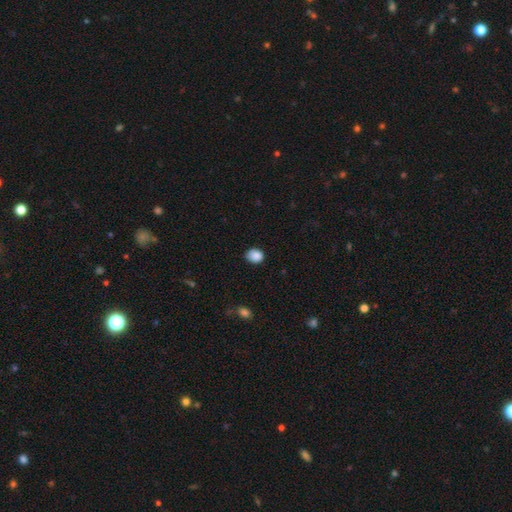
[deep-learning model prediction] Overall: smooth (87%). How rounded: round (56%; in between 43%). Merging: none (72%).